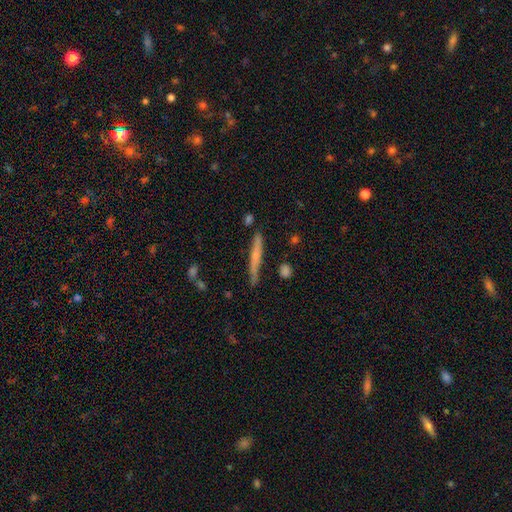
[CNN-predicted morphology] Smooth or featured?
  - smooth: 50% *
  - featured or disk: 43%
  - star or artifact: 7%
How rounded?
  - cigar-shaped: 95% *
  - in between: 3%
  - round: 2%
Merging?
  - none: 83% *
  - minor disturbance: 12%
  - merger: 3%
  - major disturbance: 2%